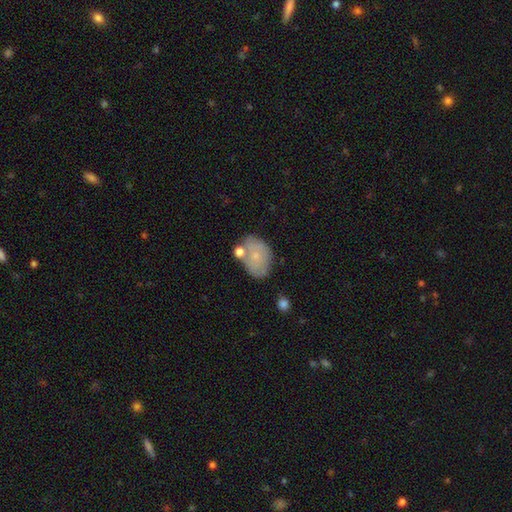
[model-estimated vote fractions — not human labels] Morphology: type=smooth (57%); roundness=in between (81%); merging=none (53%).